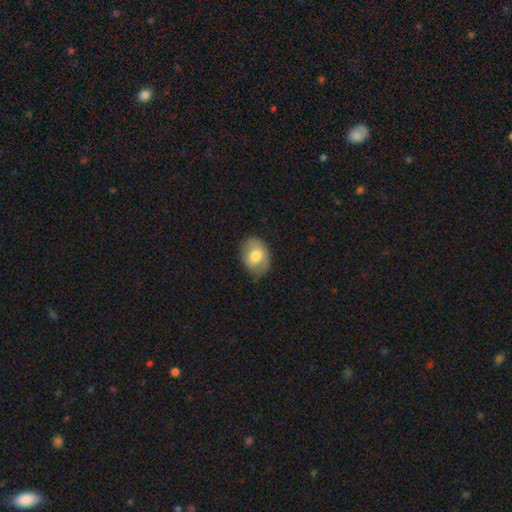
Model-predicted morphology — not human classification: Q: Smooth or featured?
A: smooth (67%); runner-up: featured or disk (26%)
Q: How rounded?
A: in between (70%); runner-up: round (29%)
Q: Merging?
A: none (77%); runner-up: minor disturbance (17%)